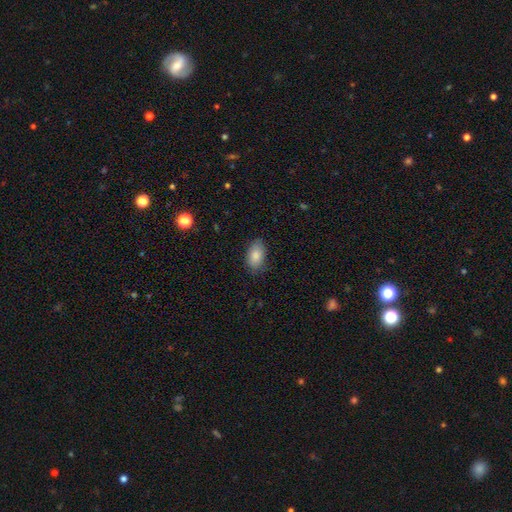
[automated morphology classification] type=smooth (85%); roundness=in between (93%); merging=none (81%).